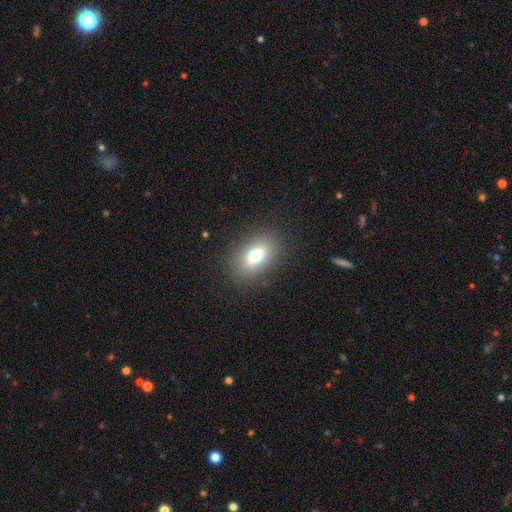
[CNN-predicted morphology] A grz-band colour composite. It shows a smooth galaxy with no disk features (74%) that is in between round and cigar-shaped (84%). Merging: none (86%).